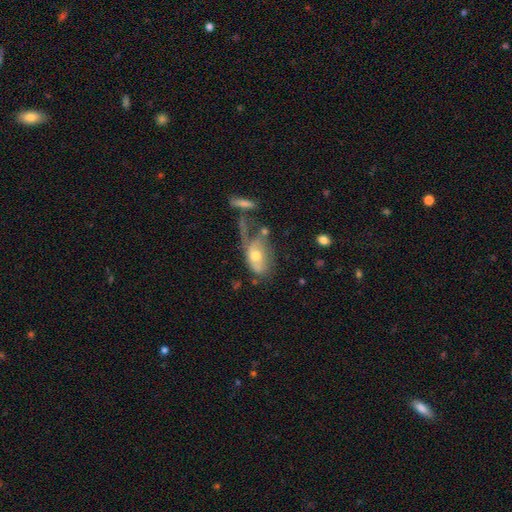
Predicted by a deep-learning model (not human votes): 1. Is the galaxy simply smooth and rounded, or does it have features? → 51% smooth, 41% featured or disk, 8% star or artifact.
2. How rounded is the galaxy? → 87% in between, 8% round, 5% cigar-shaped.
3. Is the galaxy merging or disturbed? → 37% major disturbance, 22% merger, 21% none, 19% minor disturbance.